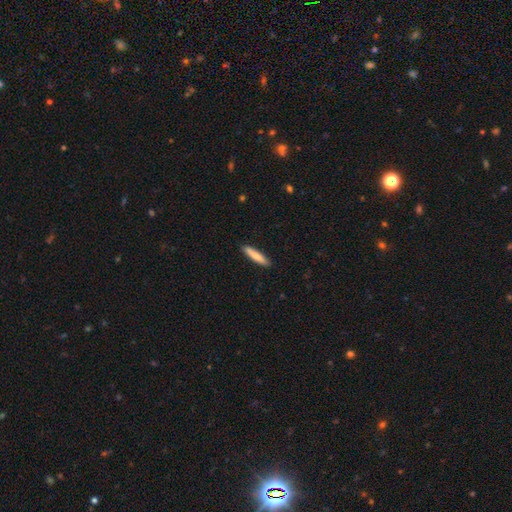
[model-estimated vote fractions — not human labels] Smooth or featured? Predicted: smooth (p=0.78). How rounded? Predicted: cigar-shaped (p=0.88). Merging? Predicted: none (p=0.89).